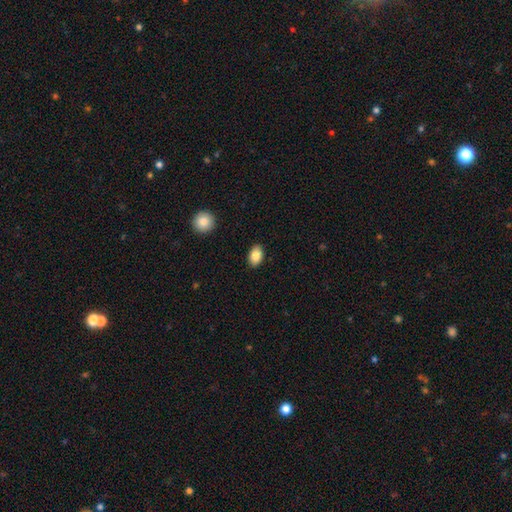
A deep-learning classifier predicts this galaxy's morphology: This appears to be a smooth galaxy with no disk features (85%) that is in between round and cigar-shaped (87%). Merging: none (89%).